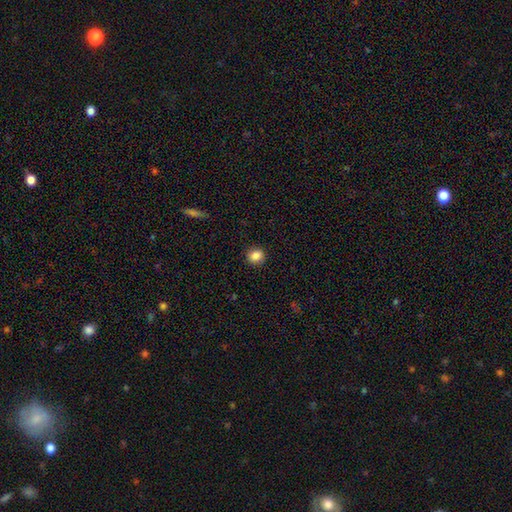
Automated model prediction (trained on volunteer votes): The model was most divided on "how rounded": round: 78%, in between: 21%, cigar-shaped: 1%. More confident: merging — none (89%); smooth or featured — smooth (86%).